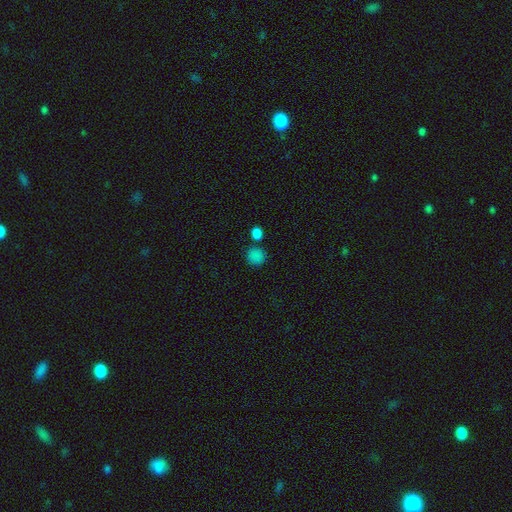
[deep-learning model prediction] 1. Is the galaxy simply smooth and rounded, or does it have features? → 82% smooth, 14% star or artifact, 4% featured or disk.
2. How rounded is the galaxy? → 87% round, 12% in between, 1% cigar-shaped.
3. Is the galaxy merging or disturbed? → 75% none, 12% merger, 9% minor disturbance, 3% major disturbance.